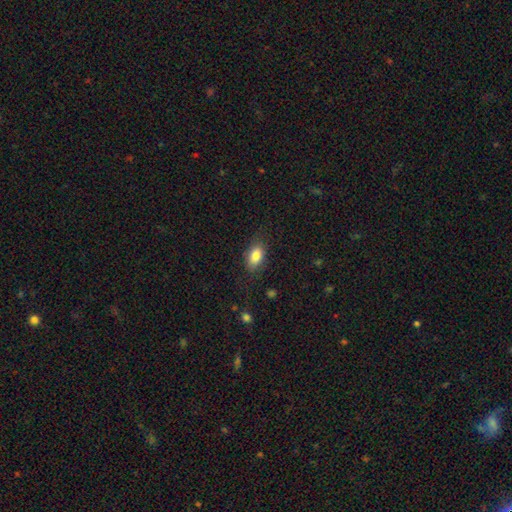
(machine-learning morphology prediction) This appears to be a smooth galaxy with no disk features (84%) that is in between round and cigar-shaped (90%). Merging: none (81%).